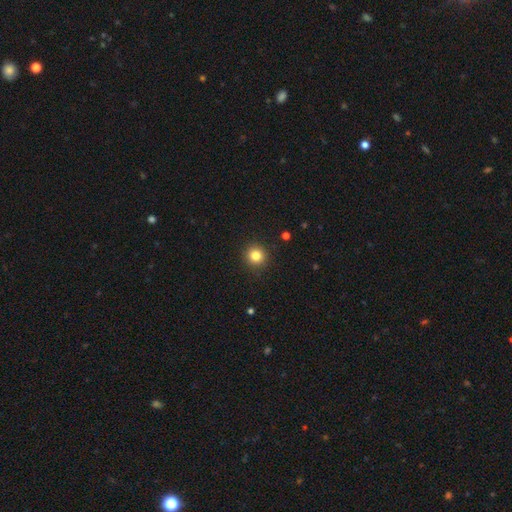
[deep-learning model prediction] Q: Smooth or featured?
A: smooth (83%); runner-up: star or artifact (12%)
Q: How rounded?
A: round (94%); runner-up: in between (5%)
Q: Merging?
A: none (92%); runner-up: minor disturbance (5%)